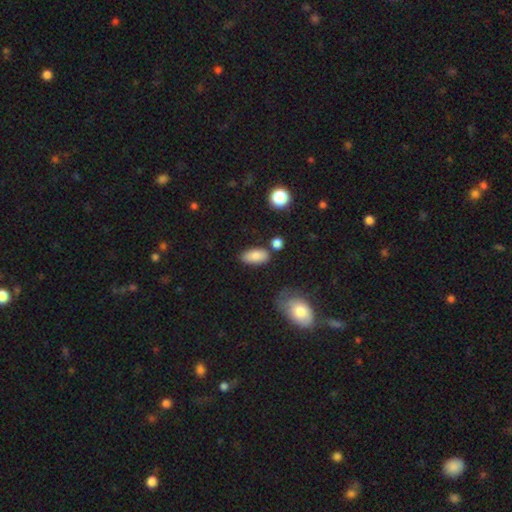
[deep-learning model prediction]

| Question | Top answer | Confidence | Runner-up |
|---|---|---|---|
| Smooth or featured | smooth | 84% | featured or disk (8%) |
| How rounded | in between | 91% | cigar-shaped (5%) |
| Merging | none | 75% | minor disturbance (15%) |